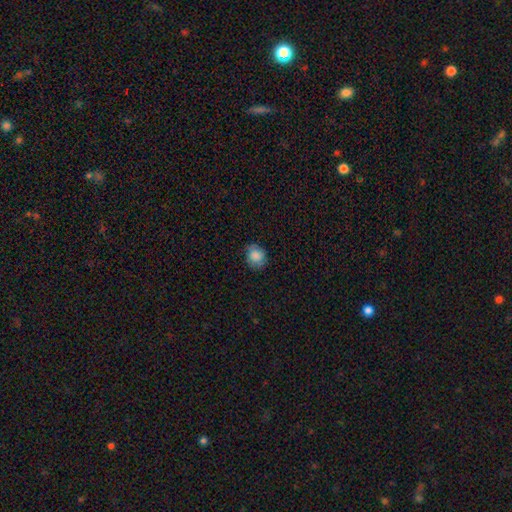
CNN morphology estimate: A smooth galaxy with no disk features (82%) that is round (75%).

Vote fractions:
- Smooth or featured? smooth: 82% / featured or disk: 9% / star or artifact: 9%
- How rounded? round: 75% / in between: 24% / cigar-shaped: 1%
- Merging? none: 78% / minor disturbance: 17% / major disturbance: 4% / merger: 1%